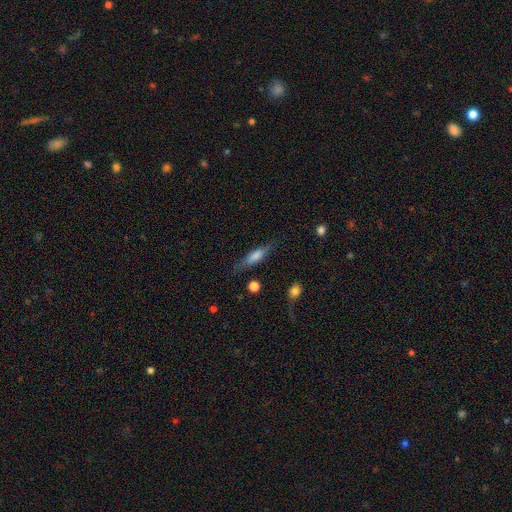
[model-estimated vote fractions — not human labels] Smooth or featured: smooth — 52% (featured or disk — 39%)
How rounded: cigar-shaped — 74% (in between — 23%)
Merging: none — 77% (minor disturbance — 15%)